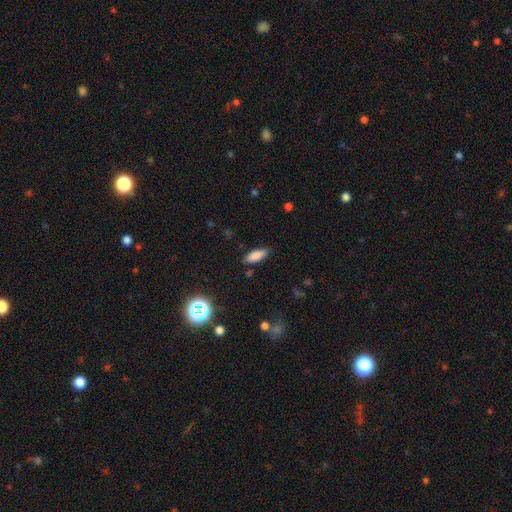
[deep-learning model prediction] This appears to be a smooth galaxy with no disk features (83%) that is in between round and cigar-shaped (69%). Merging: none (84%).